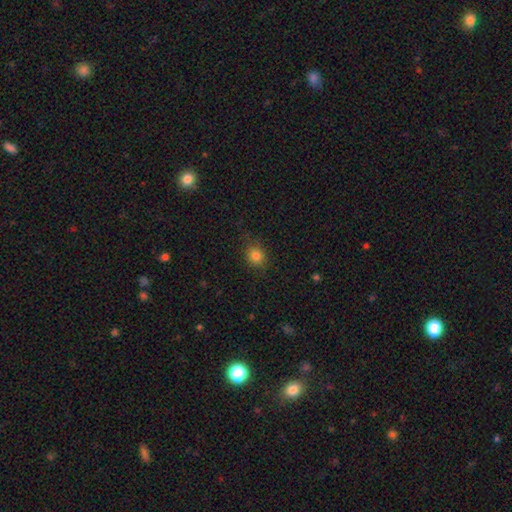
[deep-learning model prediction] The model was most divided on "how rounded": round: 77%, in between: 22%, cigar-shaped: 1%. More confident: smooth or featured — smooth (83%); merging — none (83%).